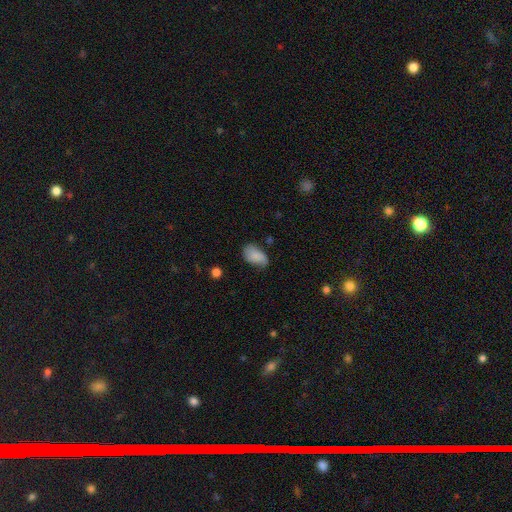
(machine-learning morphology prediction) smooth 79%, featured or disk 14%, star or artifact 8%. Down the decision tree: how rounded — in between (92%); merging — none (53%).